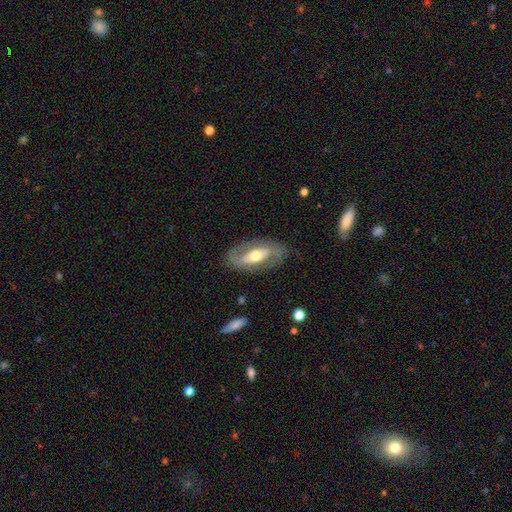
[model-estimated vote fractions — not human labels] featured or disk 75%, smooth 21%, star or artifact 5%. Down the decision tree: edge-on disk — no (90%); bar — strong (36%); spiral arms — yes (69%); bulge size — moderate (68%); merging — none (79%).